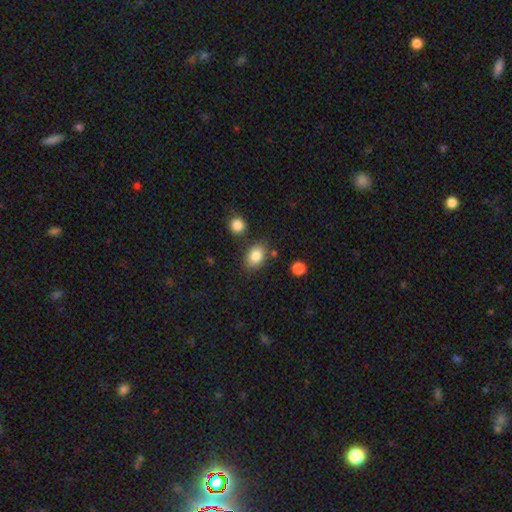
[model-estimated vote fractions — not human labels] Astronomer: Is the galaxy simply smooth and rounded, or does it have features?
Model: smooth — 84%.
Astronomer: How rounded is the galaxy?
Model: in between — 76%.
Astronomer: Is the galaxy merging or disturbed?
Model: none — 77%.